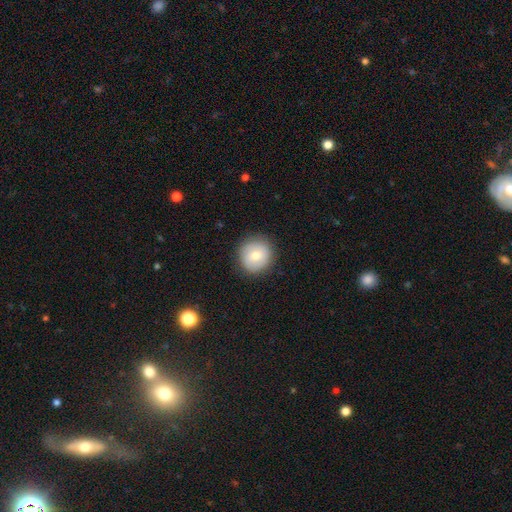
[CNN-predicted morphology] This appears to be a smooth galaxy with no disk features (73%) that is round (92%). Merging: none (87%).